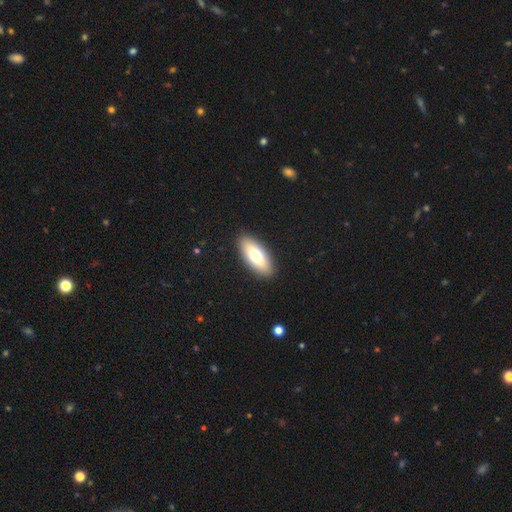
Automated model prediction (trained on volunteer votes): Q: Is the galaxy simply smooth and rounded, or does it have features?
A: smooth — 72%.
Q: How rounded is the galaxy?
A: in between — 80%.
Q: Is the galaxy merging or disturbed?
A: none — 90%.